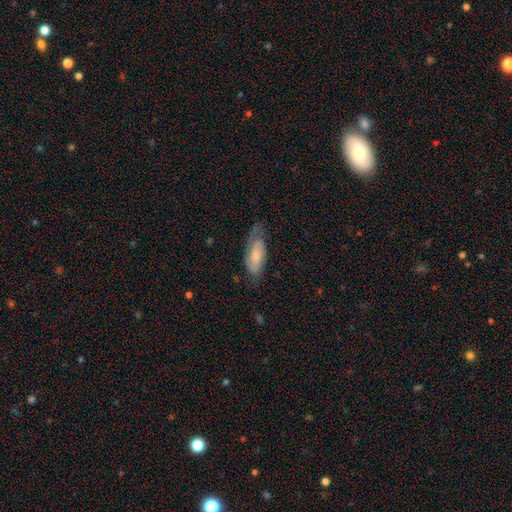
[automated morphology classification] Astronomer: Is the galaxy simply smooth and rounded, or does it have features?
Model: featured or disk — 59% (runner-up: smooth, 35%).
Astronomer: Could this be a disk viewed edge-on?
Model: no — 89%.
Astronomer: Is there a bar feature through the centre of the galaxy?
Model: no — 56% (runner-up: weak, 35%).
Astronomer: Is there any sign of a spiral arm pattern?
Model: yes — 88%.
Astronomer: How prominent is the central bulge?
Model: small — 42% (runner-up: moderate, 40%).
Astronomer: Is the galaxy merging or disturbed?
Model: none — 56%.